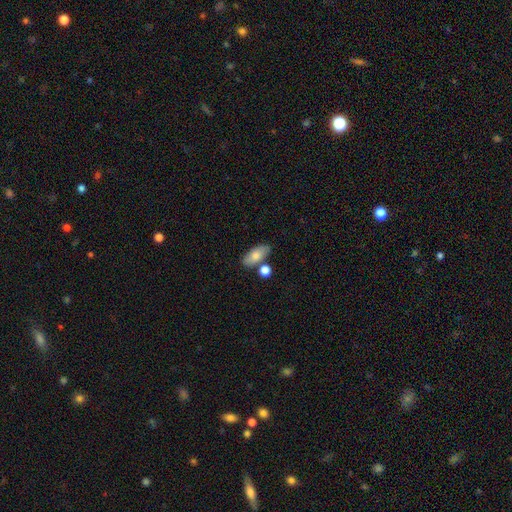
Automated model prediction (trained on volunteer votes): Smooth or featured? smooth (76%)
How rounded? in between (87%)
Merging? none (71%)